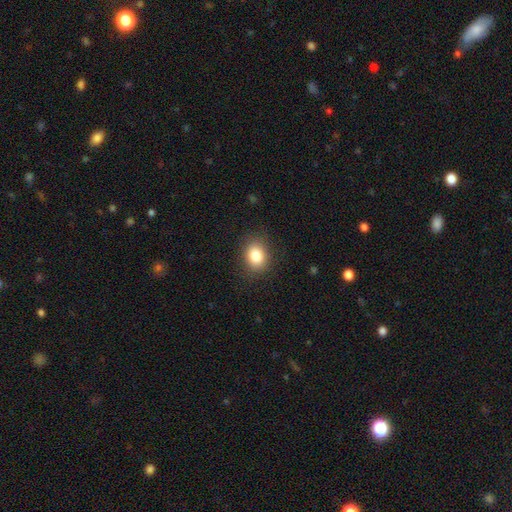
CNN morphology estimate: Q: Smooth or featured?
A: smooth (84%); runner-up: star or artifact (10%)
Q: How rounded?
A: in between (52%); runner-up: round (47%)
Q: Merging?
A: none (86%); runner-up: minor disturbance (10%)